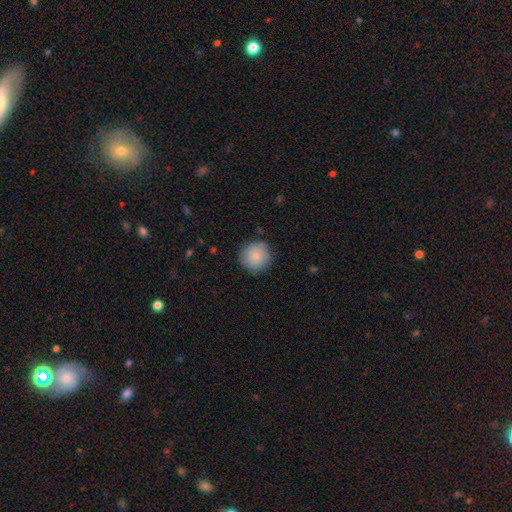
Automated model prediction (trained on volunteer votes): This is clearly a smooth galaxy (85%). How rounded: clearly round (95%). Merging: clearly none (85%).